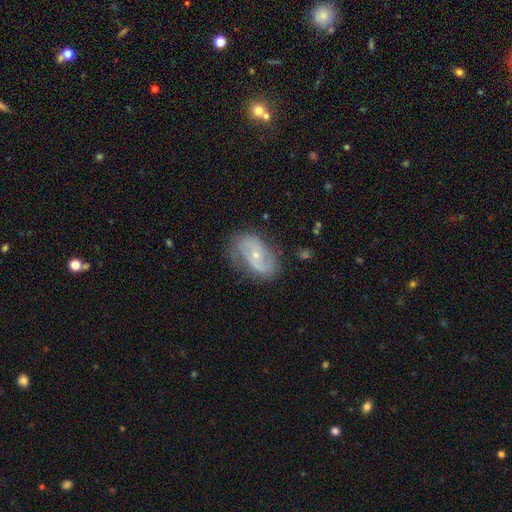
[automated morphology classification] smooth-or-featured: featured or disk: 75% | smooth: 18% | star or artifact: 7%
  disk-edge-on: no: 96% | yes: 4%
    bar: no: 61% | weak: 31% | strong: 8%
    has-spiral-arms: yes: 87% | no: 13%
      spiral-winding: medium: 40% | loose: 38% | tight: 22%
      spiral-arm-count: 2: 77% | can't tell: 13% | 1: 5% | 3: 2% | 4: 1% | more than 4: 1%
    bulge-size: small: 68% | moderate: 28% | none: 2% | large: 1% | dominant: 1%
  merging: none: 67% | minor disturbance: 22% | major disturbance: 9% | merger: 2%